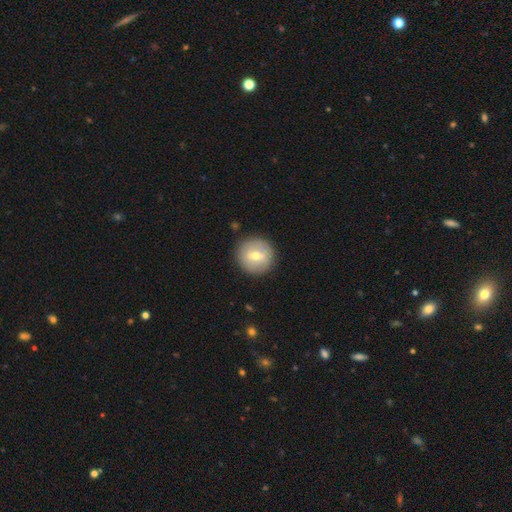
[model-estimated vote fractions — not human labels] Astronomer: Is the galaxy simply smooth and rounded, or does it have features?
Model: smooth — 60%.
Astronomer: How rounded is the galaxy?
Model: round — 94%.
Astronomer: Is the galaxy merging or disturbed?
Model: none — 89%.